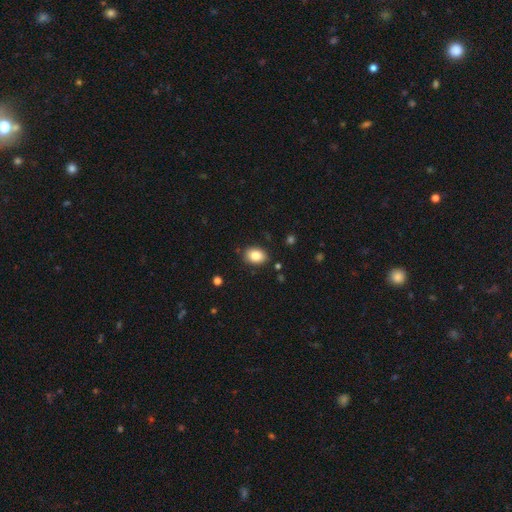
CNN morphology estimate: The model was most divided on "how rounded": in between: 74%, round: 25%, cigar-shaped: 1%. More confident: merging — none (85%); smooth or featured — smooth (84%).